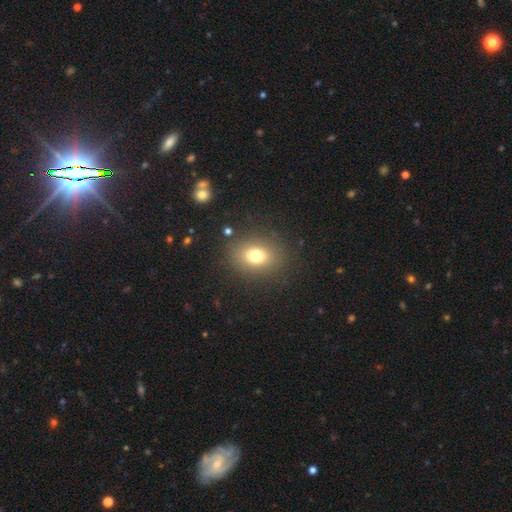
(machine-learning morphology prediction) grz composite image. It shows a smooth galaxy with no disk features (75%) that is in between round and cigar-shaped (52%). Merging: none (85%).